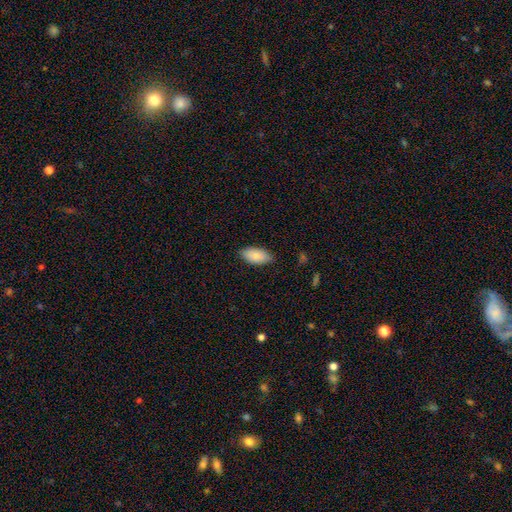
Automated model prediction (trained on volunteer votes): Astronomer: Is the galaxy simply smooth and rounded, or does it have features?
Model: smooth — 86%.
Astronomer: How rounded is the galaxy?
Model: in between — 94%.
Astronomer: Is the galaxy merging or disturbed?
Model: none — 83%.